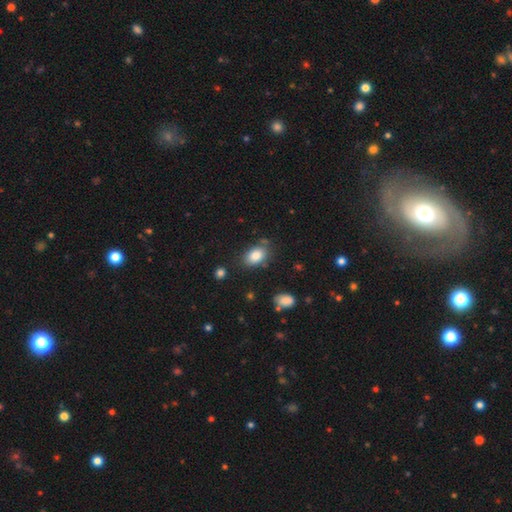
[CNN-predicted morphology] A smooth galaxy with no disk features (84%) that is in between round and cigar-shaped (84%). Merging: none (76%).